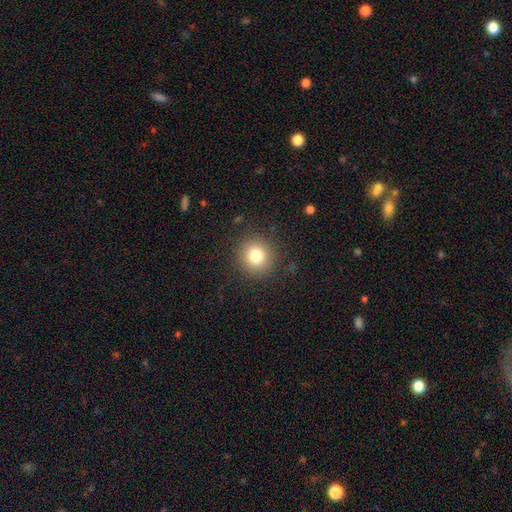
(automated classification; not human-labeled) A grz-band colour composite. It shows a smooth galaxy with no disk features (79%) that is round (93%). Merging: none (89%).